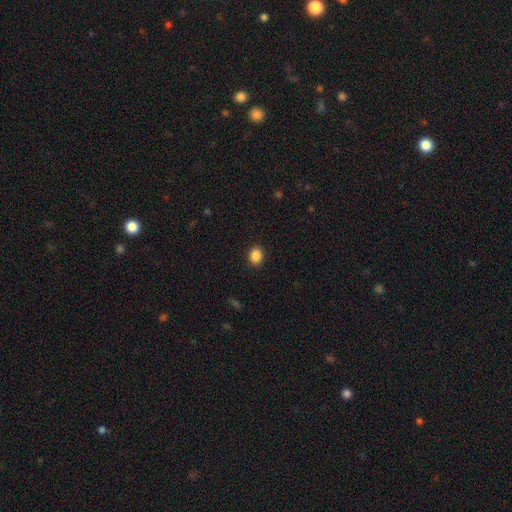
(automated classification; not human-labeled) Smooth or featured?
  - smooth: 88% *
  - star or artifact: 9%
  - featured or disk: 3%
How rounded?
  - in between: 57% *
  - round: 42%
  - cigar-shaped: 1%
Merging?
  - none: 90% *
  - minor disturbance: 7%
  - major disturbance: 2%
  - merger: 1%